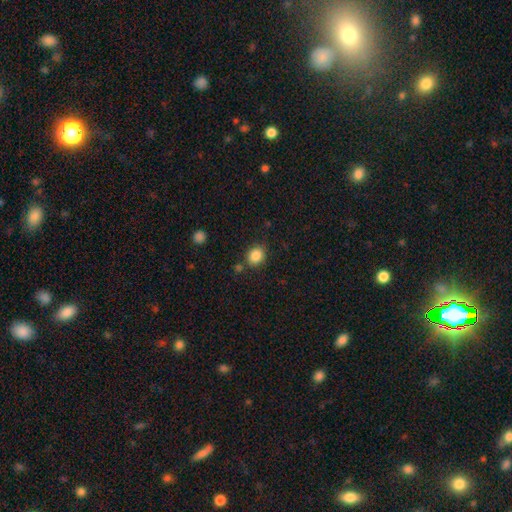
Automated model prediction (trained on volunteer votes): Q: Smooth or featured?
A: smooth (85%); runner-up: star or artifact (10%)
Q: How rounded?
A: round (74%); runner-up: in between (25%)
Q: Merging?
A: none (81%); runner-up: minor disturbance (10%)